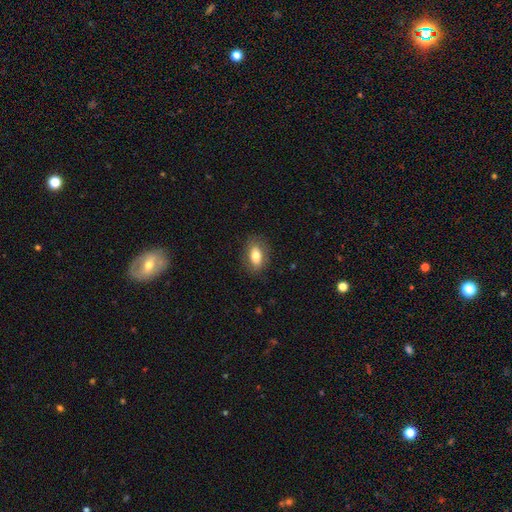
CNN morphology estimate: Q: Smooth or featured?
A: smooth (73%); runner-up: featured or disk (19%)
Q: How rounded?
A: in between (85%); runner-up: round (12%)
Q: Merging?
A: none (82%); runner-up: minor disturbance (13%)